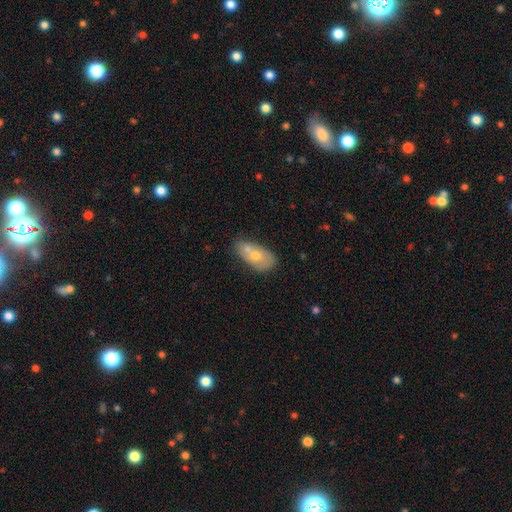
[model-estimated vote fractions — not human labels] Smooth or featured: smooth — 60% (featured or disk — 33%)
How rounded: in between — 89% (round — 7%)
Merging: none — 37% (merger — 36%)